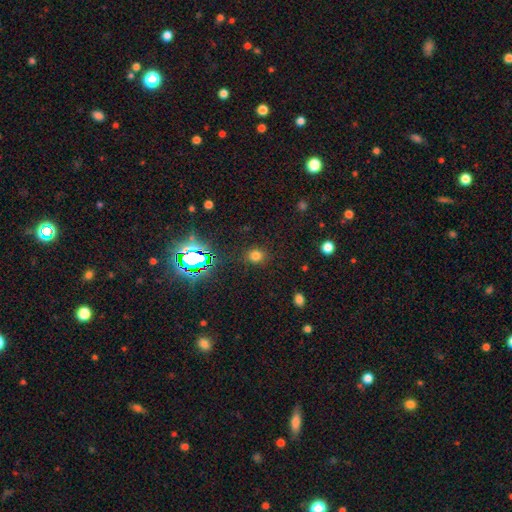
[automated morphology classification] smooth-or-featured: smooth: 71% | star or artifact: 23% | featured or disk: 6%
  how-rounded: round: 79% | in between: 20% | cigar-shaped: 1%
  merging: none: 87% | minor disturbance: 8% | major disturbance: 3% | merger: 2%